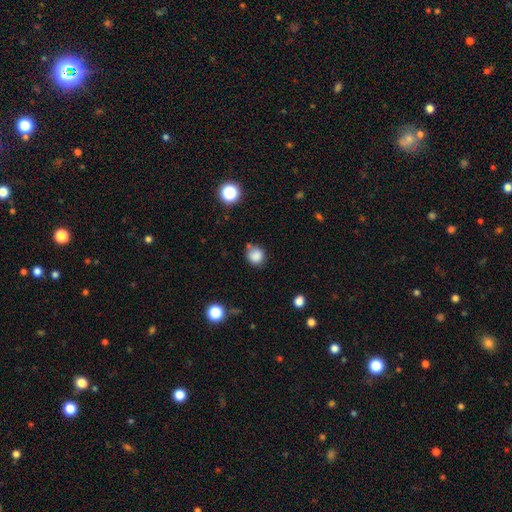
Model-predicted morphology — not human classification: Q: Smooth or featured?
A: smooth (84%); runner-up: star or artifact (11%)
Q: How rounded?
A: round (80%); runner-up: in between (19%)
Q: Merging?
A: none (66%); runner-up: minor disturbance (21%)